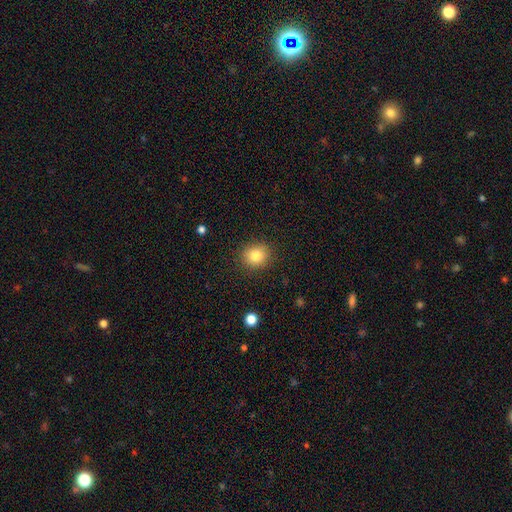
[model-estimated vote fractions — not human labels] Overall: smooth (81%). How rounded: round (82%). Merging: none (89%).